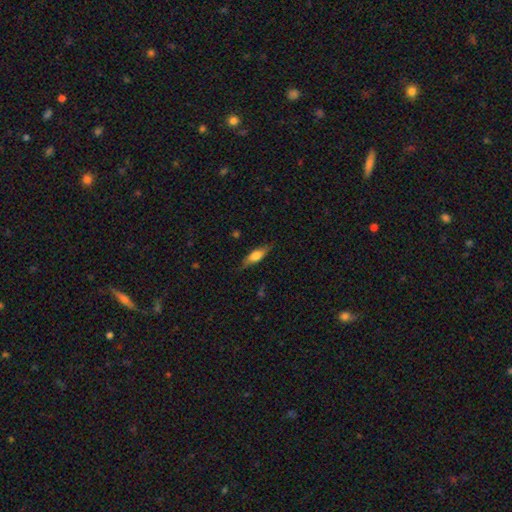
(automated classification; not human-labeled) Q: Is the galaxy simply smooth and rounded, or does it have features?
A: smooth — 60%.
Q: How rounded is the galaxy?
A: in between — 55%.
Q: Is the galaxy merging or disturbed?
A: none — 79%.